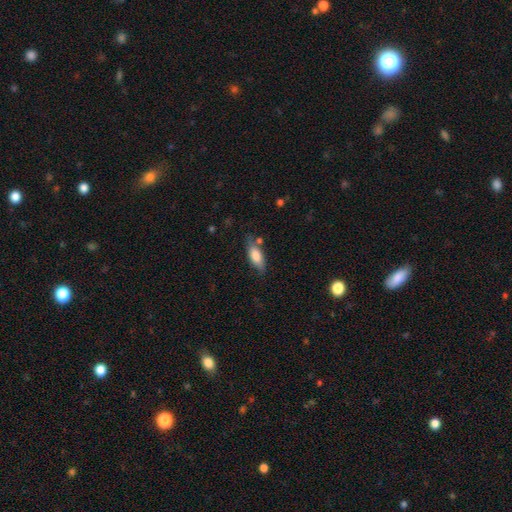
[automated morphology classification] smooth-or-featured: smooth: 76% | featured or disk: 18% | star or artifact: 6%
  how-rounded: in between: 73% | cigar-shaped: 25% | round: 2%
  merging: none: 67% | minor disturbance: 22% | merger: 6% | major disturbance: 5%